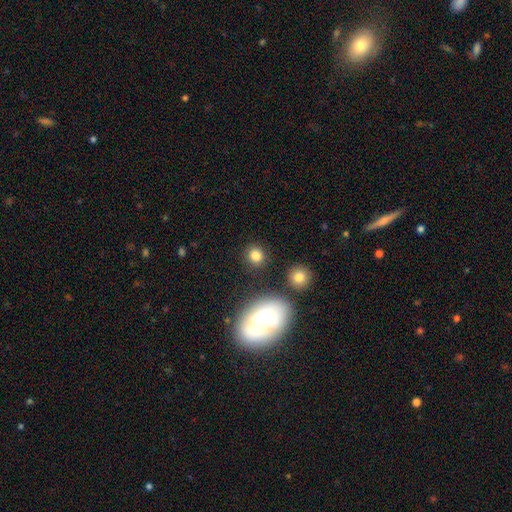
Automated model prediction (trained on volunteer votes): The model was most divided on "how rounded": round: 85%, in between: 14%, cigar-shaped: 1%. More confident: merging — none (87%); smooth or featured — smooth (83%).